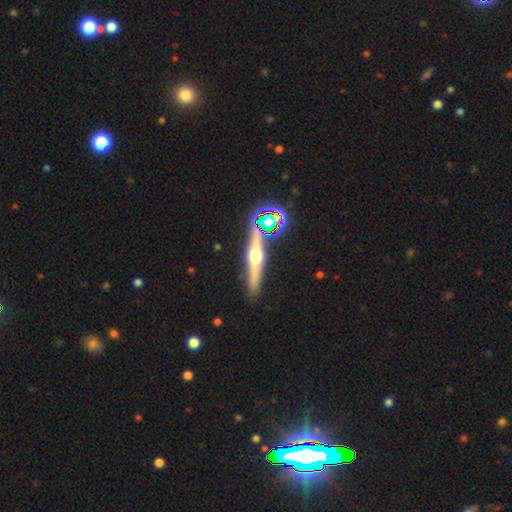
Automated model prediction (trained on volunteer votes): A featured or disk galaxy (69%) viewed edge-on (96%) with a rounded central bulge (94%).

Vote fractions:
- Smooth or featured? featured or disk: 69% / smooth: 18% / star or artifact: 13%
- Edge-on disk? yes: 96% / no: 4%
- Edge-on bulge? rounded: 94% / boxy: 3% / none: 3%
- Merging? none: 83% / minor disturbance: 8% / merger: 7% / major disturbance: 2%